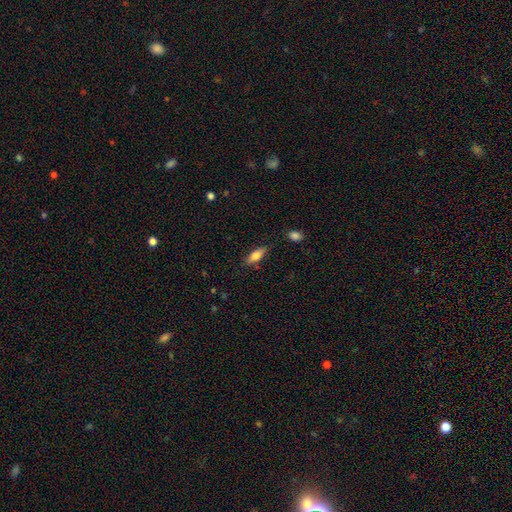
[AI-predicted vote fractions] Smooth or featured: smooth — 75% (featured or disk — 18%)
How rounded: in between — 71% (cigar-shaped — 27%)
Merging: none — 82% (minor disturbance — 13%)